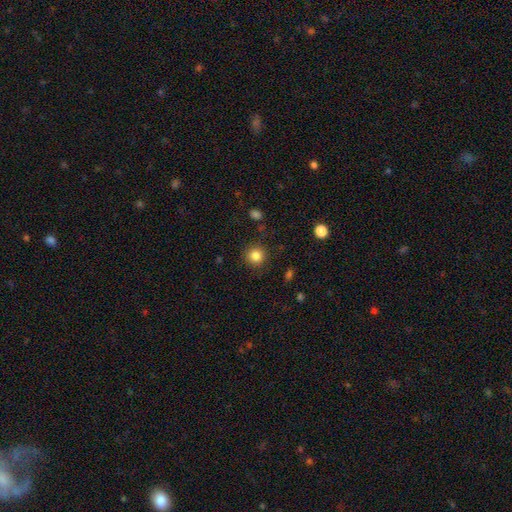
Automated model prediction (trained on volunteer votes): This appears to be a smooth galaxy with no disk features (84%) that is round (93%). Merging: none (88%).